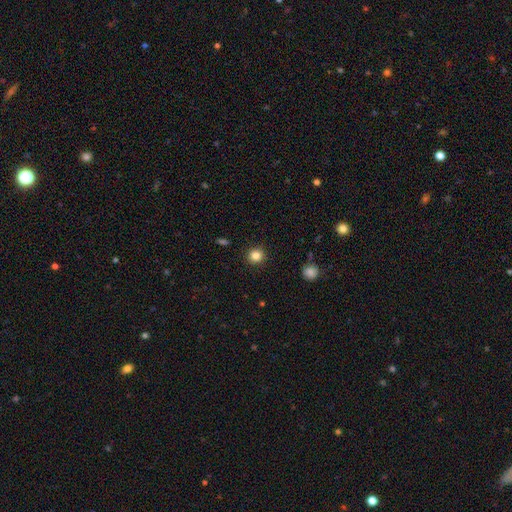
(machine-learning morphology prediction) Overall: smooth (84%). How rounded: round (91%). Merging: none (91%).